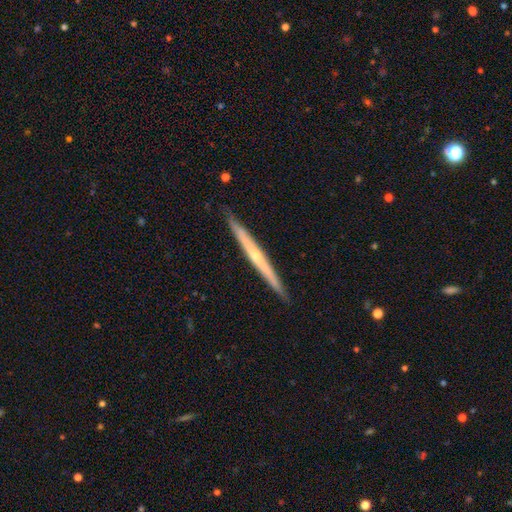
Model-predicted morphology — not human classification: Smooth or featured: featured or disk — 70% (smooth — 24%)
Edge-on disk: yes — 97% (no — 3%)
Edge-on bulge: rounded — 53% (none — 44%)
Merging: none — 91% (minor disturbance — 7%)